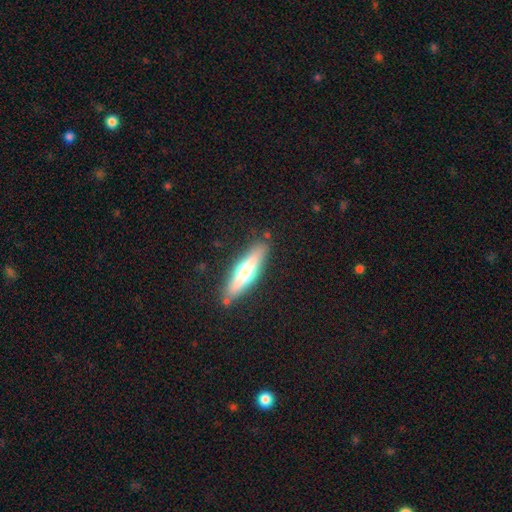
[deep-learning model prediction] smooth-or-featured: featured or disk: 49% | smooth: 45% | star or artifact: 6%
  merging: none: 83% | minor disturbance: 11% | merger: 3% | major disturbance: 3%